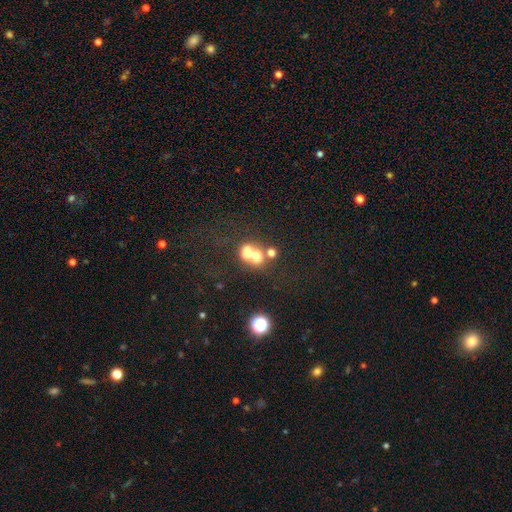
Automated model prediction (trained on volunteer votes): smooth 61%, featured or disk 24%, star or artifact 15%. Down the decision tree: how rounded — round (64%); merging — merger (66%).